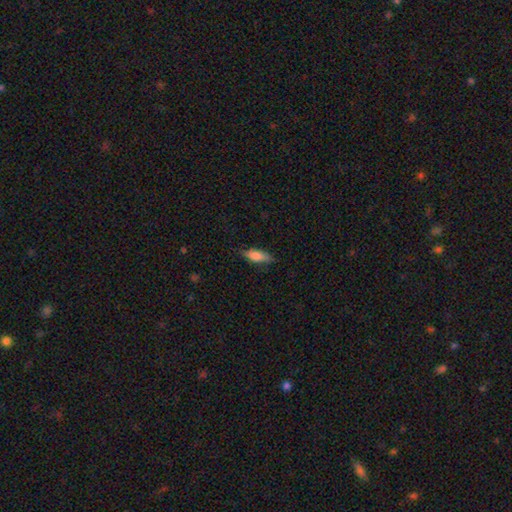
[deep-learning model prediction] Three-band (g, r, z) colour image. It shows a smooth galaxy with no disk features (74%) that is in between round and cigar-shaped (55%). Merging: none (75%).